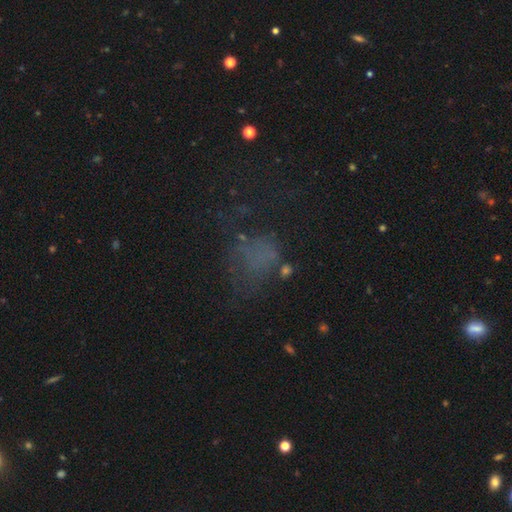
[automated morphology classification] Overall: smooth (42%; star or artifact 31%). Merging: none (42%; major disturbance 33%).